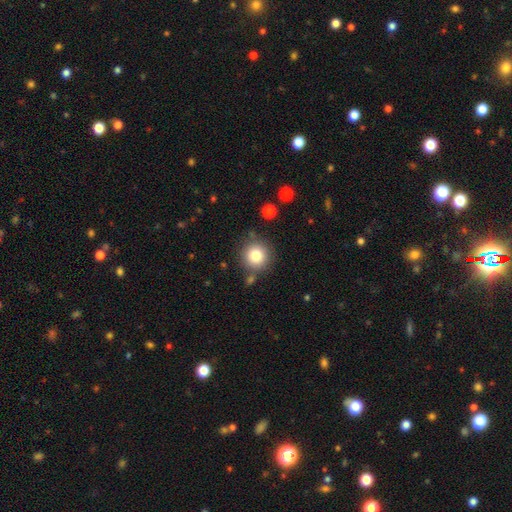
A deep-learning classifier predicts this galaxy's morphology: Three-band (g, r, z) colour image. It shows a smooth galaxy with no disk features (81%) that is round (94%). Merging: none (82%).